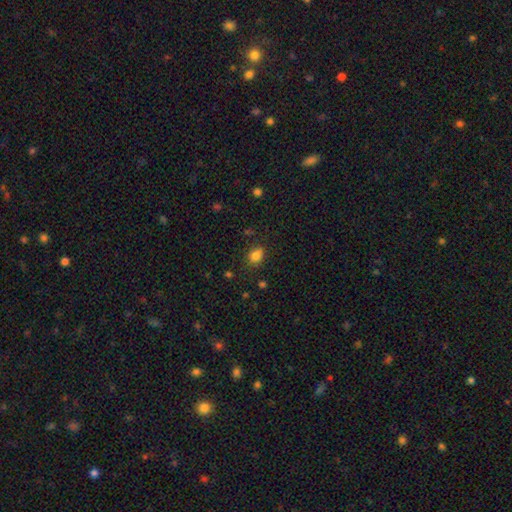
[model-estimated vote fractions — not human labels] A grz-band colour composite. It shows a smooth galaxy with no disk features (81%) that is in between round and cigar-shaped (54%). Merging: none (70%).